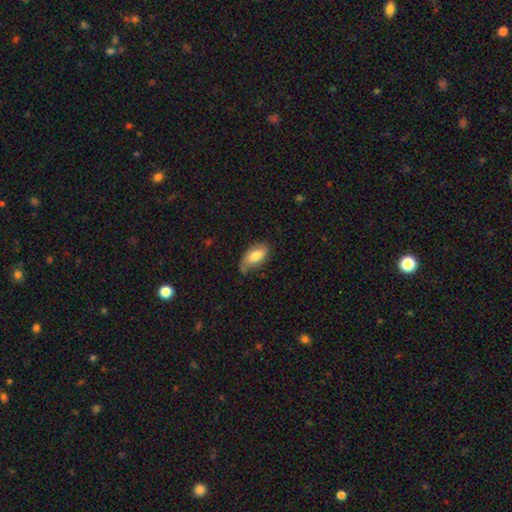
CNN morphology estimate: A smooth galaxy with no disk features (71%) that is in between round and cigar-shaped (91%).

Vote fractions:
- Smooth or featured? smooth: 71% / featured or disk: 22% / star or artifact: 7%
- How rounded? in between: 91% / cigar-shaped: 4% / round: 4%
- Merging? none: 53% / minor disturbance: 34% / major disturbance: 9% / merger: 3%